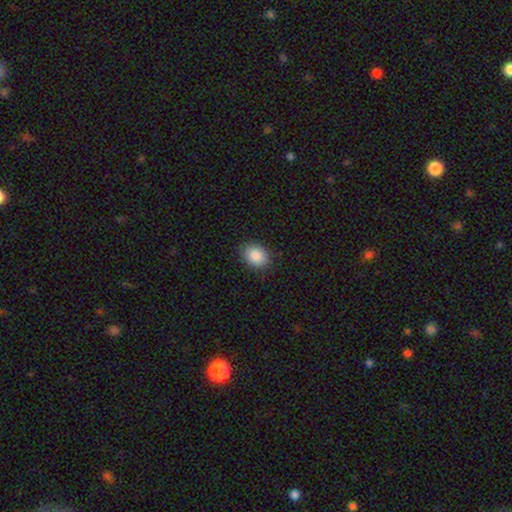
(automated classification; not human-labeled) The model was most divided on "how rounded": in between: 64%, round: 35%, cigar-shaped: 1%. More confident: smooth or featured — smooth (89%); merging — none (85%).